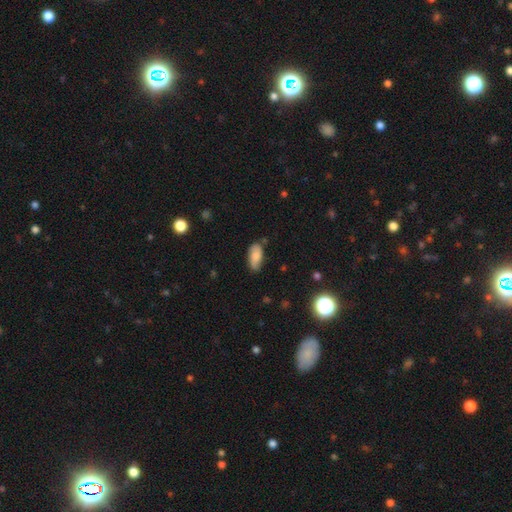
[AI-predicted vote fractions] smooth-or-featured: smooth: 76% | featured or disk: 16% | star or artifact: 8%
  how-rounded: in between: 89% | cigar-shaped: 8% | round: 3%
  merging: none: 68% | minor disturbance: 25% | major disturbance: 5% | merger: 2%